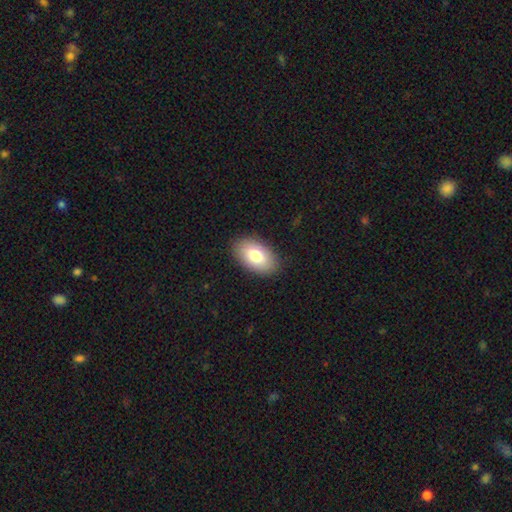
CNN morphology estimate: smooth_or_featured: smooth (p=0.79) [alt: featured or disk p=0.14]
how_rounded: in between (p=0.94) [alt: round p=0.04]
merging: none (p=0.88) [alt: minor disturbance p=0.09]